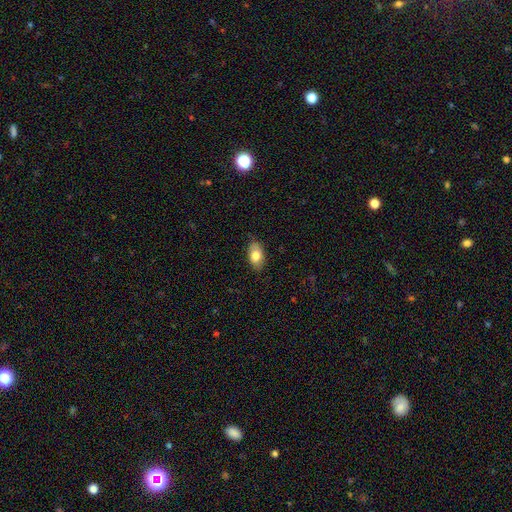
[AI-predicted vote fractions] Smooth or featured?
  - smooth: 78% *
  - featured or disk: 15%
  - star or artifact: 7%
How rounded?
  - in between: 91% *
  - round: 6%
  - cigar-shaped: 2%
Merging?
  - none: 82% *
  - minor disturbance: 14%
  - major disturbance: 3%
  - merger: 1%